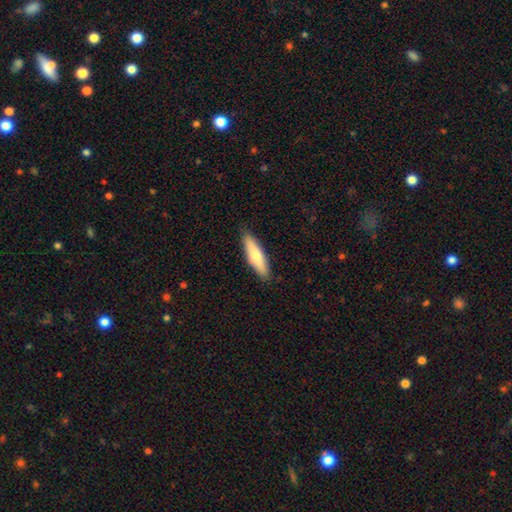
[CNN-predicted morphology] type=smooth (69%); roundness=cigar-shaped (74%); merging=none (88%).